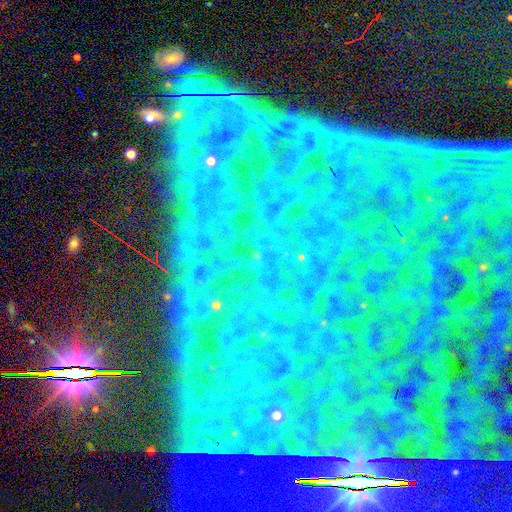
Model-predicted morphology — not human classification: This appears to be a star or artifact, not a galaxy (84%).